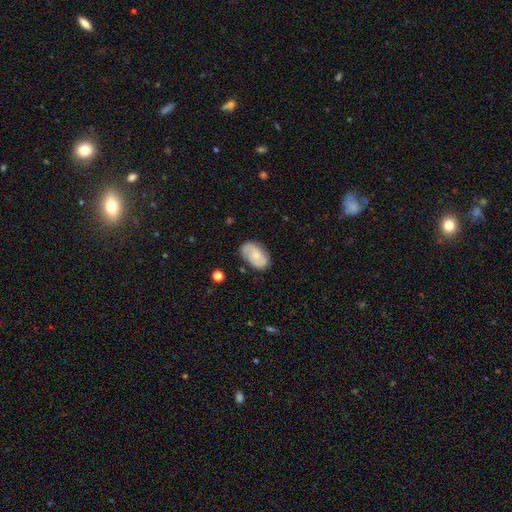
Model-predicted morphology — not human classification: Smooth or featured? Predicted: smooth (p=0.55). How rounded? Predicted: in between (p=0.91). Merging? Predicted: none (p=0.75).